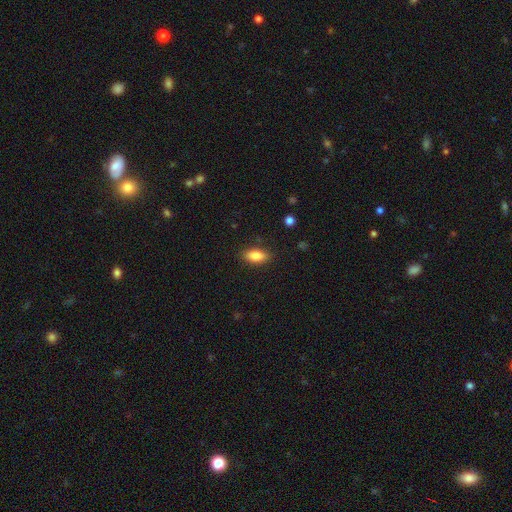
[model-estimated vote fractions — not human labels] smooth_or_featured: smooth (p=0.84) [alt: featured or disk p=0.08]
how_rounded: in between (p=0.87) [alt: cigar-shaped p=0.09]
merging: none (p=0.86) [alt: minor disturbance p=0.10]